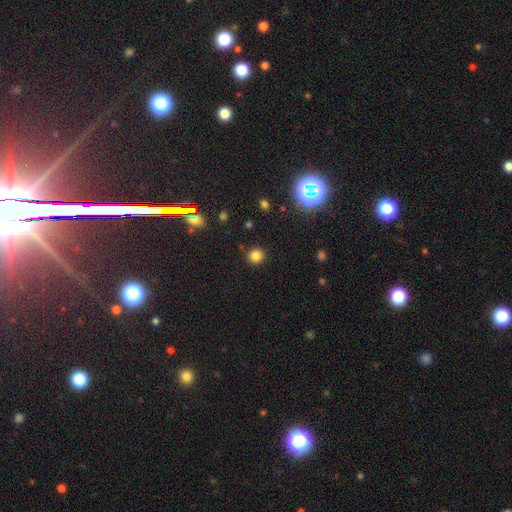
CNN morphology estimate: smooth 79%, star or artifact 16%, featured or disk 4%. Down the decision tree: how rounded — round (92%); merging — none (89%).